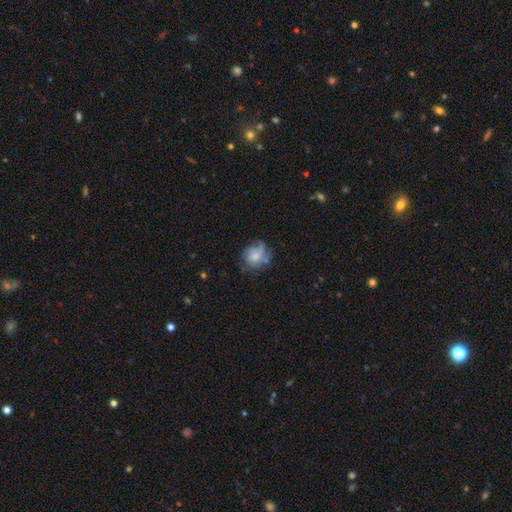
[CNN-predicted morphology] Smooth or featured: featured or disk — 49% (smooth — 42%)
Merging: none — 54% (minor disturbance — 26%)